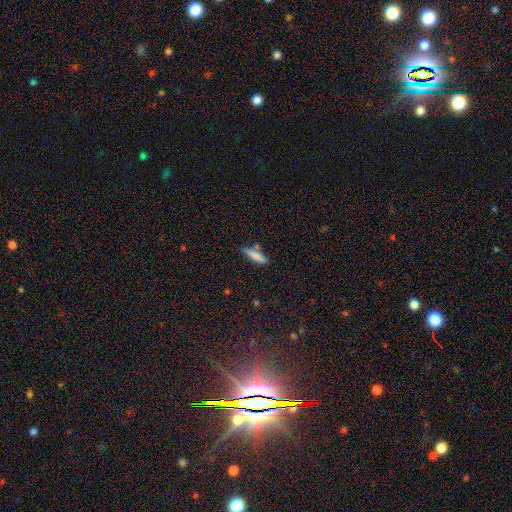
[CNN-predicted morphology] Smooth or featured? Predicted: smooth (p=0.78). How rounded? Predicted: cigar-shaped (p=0.76). Merging? Predicted: none (p=0.71).